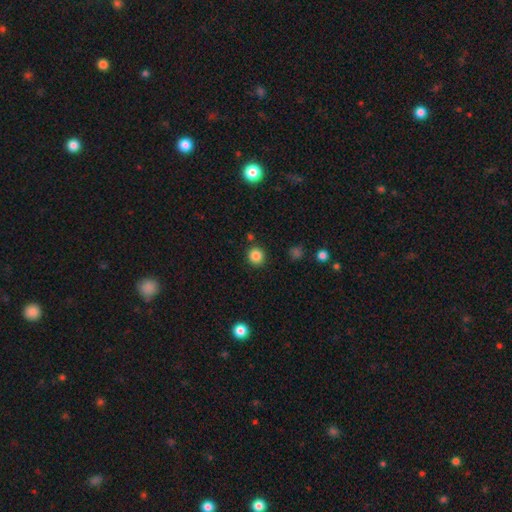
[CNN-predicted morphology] This is clearly a smooth galaxy (85%). How rounded: clearly round (93%). Merging: clearly none (88%).